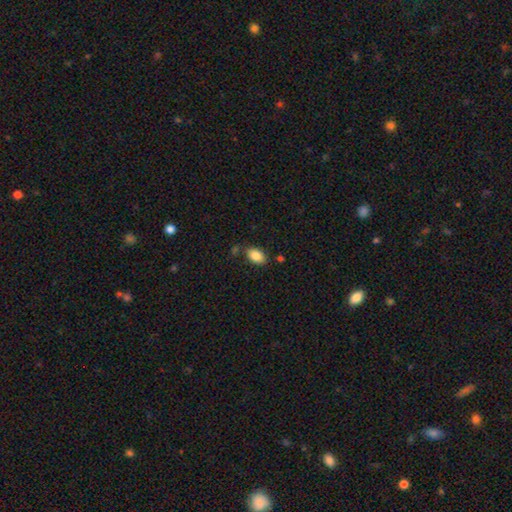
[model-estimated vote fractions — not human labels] Smooth or featured: smooth — 87% (star or artifact — 7%)
How rounded: in between — 90% (round — 9%)
Merging: none — 76% (minor disturbance — 14%)